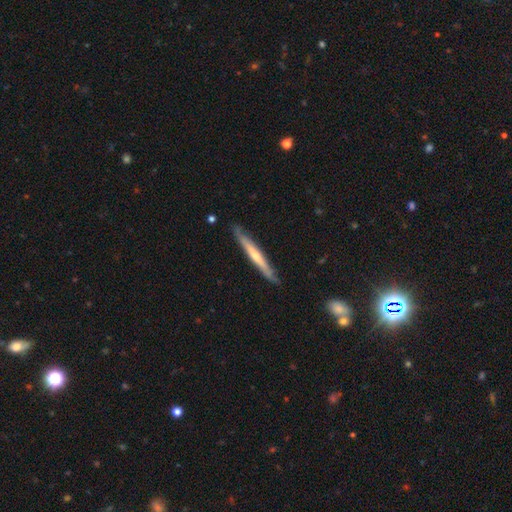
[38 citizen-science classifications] smooth_or_featured: featured or disk (p=0.58) [alt: smooth p=0.34]
disk_edge_on: yes (p=1.00)
edge_on_bulge: rounded (p=0.50) [alt: none p=0.41]
merging: none (p=0.77) [alt: minor disturbance p=0.23]